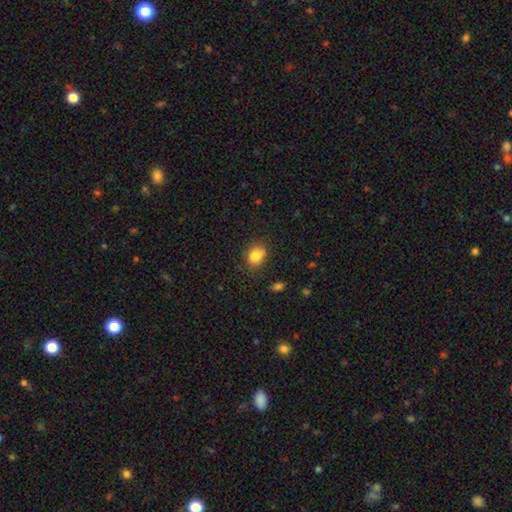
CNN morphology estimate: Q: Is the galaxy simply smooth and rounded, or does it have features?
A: smooth — 84%.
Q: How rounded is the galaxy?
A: in between — 50%.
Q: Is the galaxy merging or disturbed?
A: none — 75%.